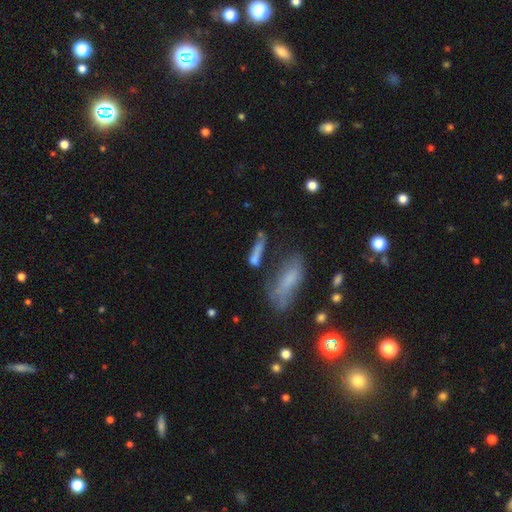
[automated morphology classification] Overall: smooth (65%). How rounded: cigar-shaped (72%). Merging: none (38%; merger 27%).